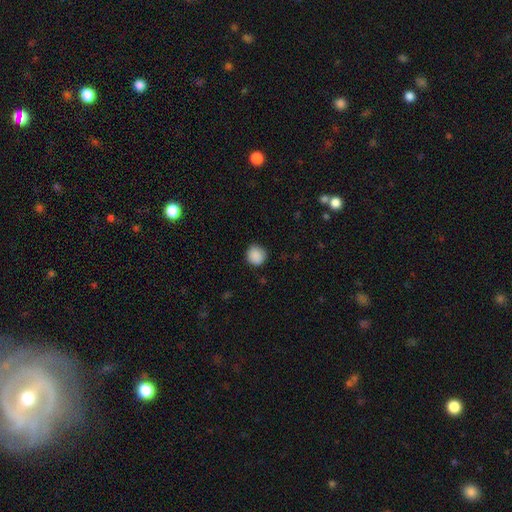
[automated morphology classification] This is clearly a smooth galaxy (89%). How rounded: clearly round (90%). Merging: clearly none (87%).